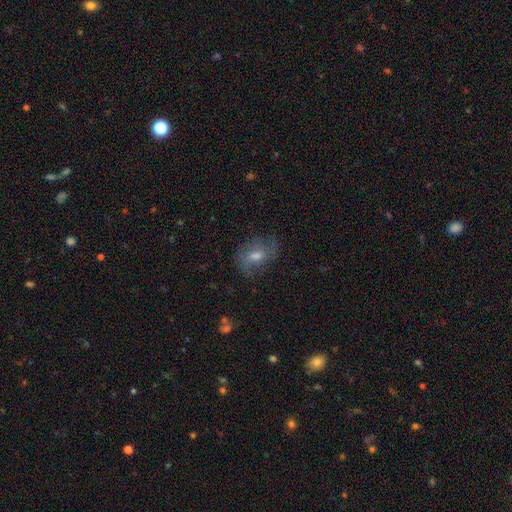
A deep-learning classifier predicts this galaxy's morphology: Smooth or featured?
  - featured or disk: 46% *
  - smooth: 41%
  - star or artifact: 13%
Merging?
  - none: 64% *
  - minor disturbance: 22%
  - major disturbance: 12%
  - merger: 2%